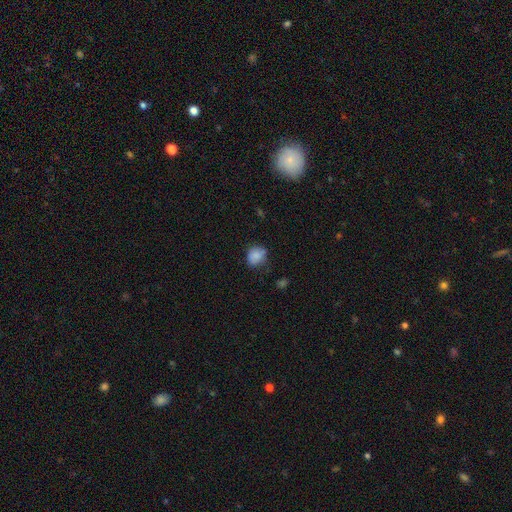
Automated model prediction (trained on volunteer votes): A smooth galaxy with no disk features (84%) that is round (67%).

Vote fractions:
- Smooth or featured? smooth: 84% / star or artifact: 9% / featured or disk: 7%
- How rounded? round: 67% / in between: 32% / cigar-shaped: 1%
- Merging? none: 69% / minor disturbance: 25% / major disturbance: 5% / merger: 2%